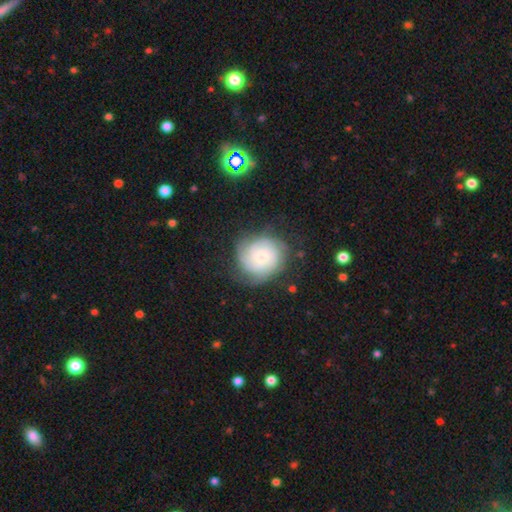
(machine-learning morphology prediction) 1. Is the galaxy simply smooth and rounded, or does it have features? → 63% featured or disk, 27% smooth, 10% star or artifact.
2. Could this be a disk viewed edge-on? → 98% no, 2% yes.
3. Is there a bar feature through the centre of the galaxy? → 79% no, 18% weak, 3% strong.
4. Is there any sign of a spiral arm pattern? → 92% yes, 8% no.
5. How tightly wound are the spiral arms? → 68% tight, 25% medium, 7% loose.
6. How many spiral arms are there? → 36% can't tell, 25% 3, 16% 2, 12% 4, 5% more than 4, 5% 1.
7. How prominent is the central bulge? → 54% small, 39% moderate, 4% large, 2% none, 1% dominant.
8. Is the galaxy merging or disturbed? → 76% none, 17% minor disturbance, 6% major disturbance, 1% merger.